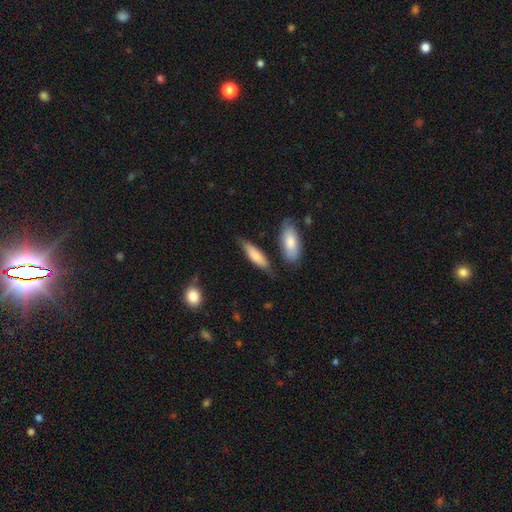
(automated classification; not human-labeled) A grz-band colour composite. It shows a smooth galaxy with no disk features (79%) that is cigar-shaped (51%). Merging: none (69%).